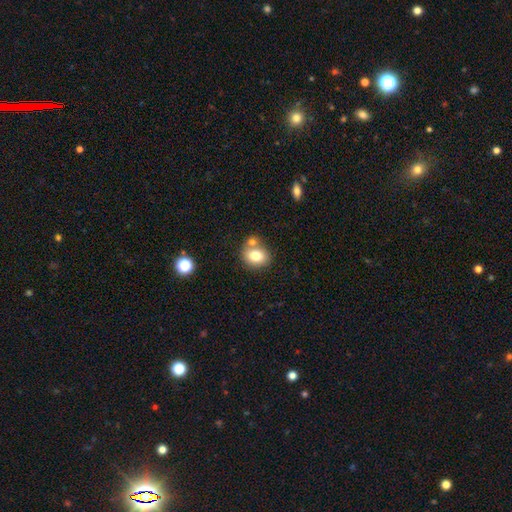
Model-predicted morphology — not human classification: Smooth or featured? Predicted: smooth (p=0.78). How rounded? Predicted: round (p=0.53). Merging? Predicted: none (p=0.56).